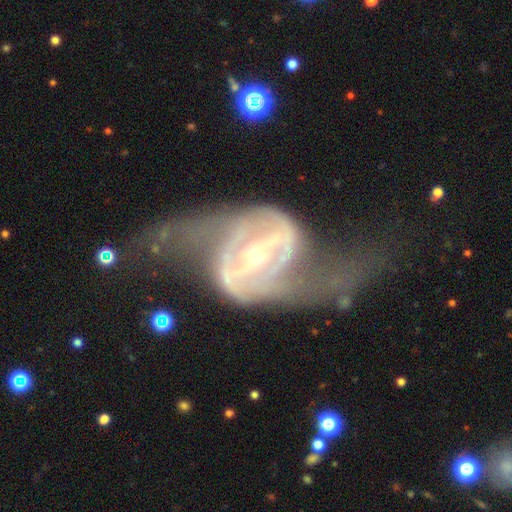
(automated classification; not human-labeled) Smooth or featured? Predicted: featured or disk (p=0.90). Edge-on disk? Predicted: no (p=0.95). Bar? Predicted: strong (p=0.63). Spiral arms? Predicted: yes (p=0.90). Spiral winding? Predicted: loose (p=0.44). Spiral arm count? Predicted: 2 (p=0.90). Bulge size? Predicted: small (p=0.67). Merging? Predicted: none (p=0.41).